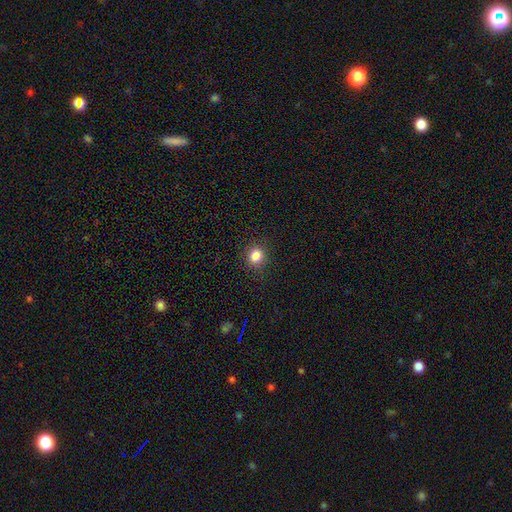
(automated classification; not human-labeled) Smooth or featured? Predicted: smooth (p=0.84). How rounded? Predicted: round (p=0.83). Merging? Predicted: none (p=0.90).